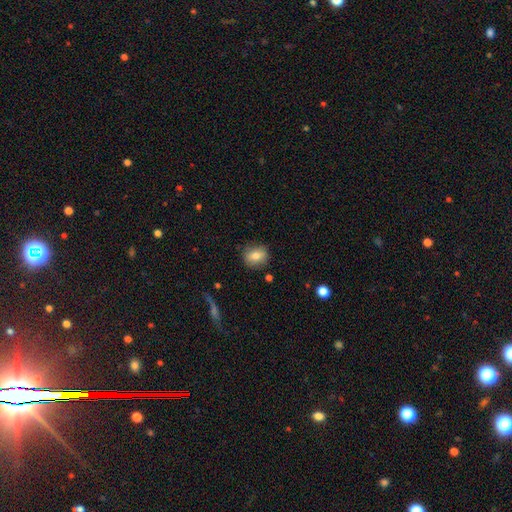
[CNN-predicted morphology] Smooth or featured? Predicted: smooth (p=0.77). How rounded? Predicted: round (p=0.58). Merging? Predicted: none (p=0.81).